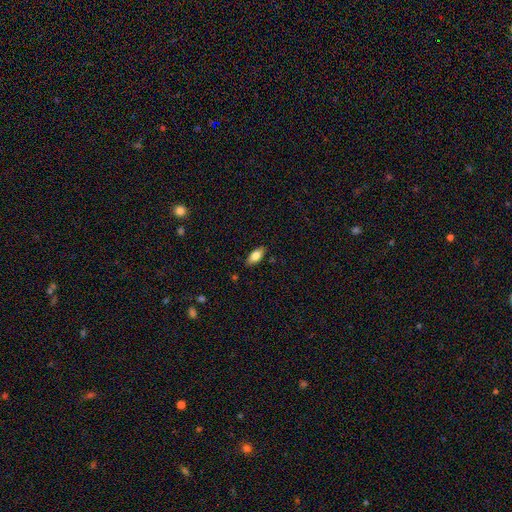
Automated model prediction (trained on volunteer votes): smooth 79%, featured or disk 14%, star or artifact 7%. Down the decision tree: how rounded — in between (88%); merging — none (85%).